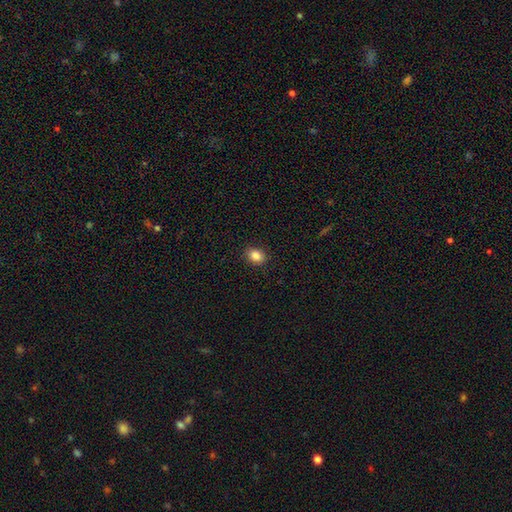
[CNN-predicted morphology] The model was most divided on "how rounded": in between: 58%, round: 41%, cigar-shaped: 1%. More confident: merging — none (90%); smooth or featured — smooth (85%).